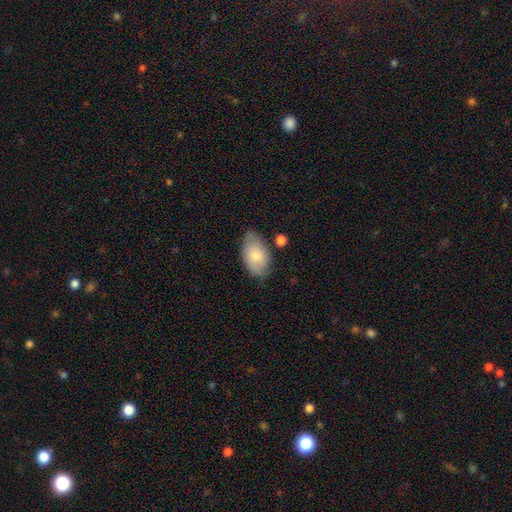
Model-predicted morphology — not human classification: This is likely a smooth galaxy (77%). How rounded: clearly in between (92%). Merging: likely none (67%).